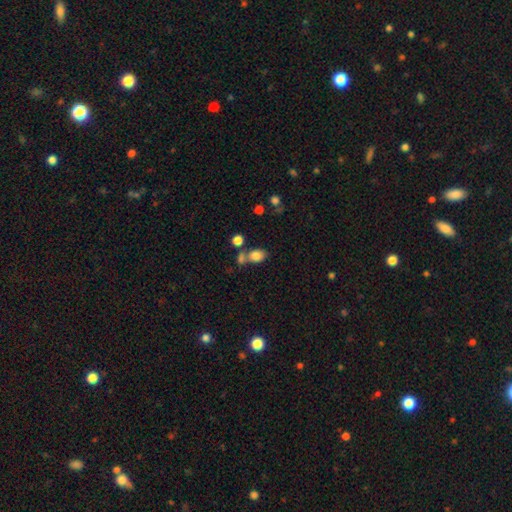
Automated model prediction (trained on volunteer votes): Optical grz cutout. It shows a smooth galaxy with no disk features (81%) that is in between round and cigar-shaped (74%). Merging: none (49%).